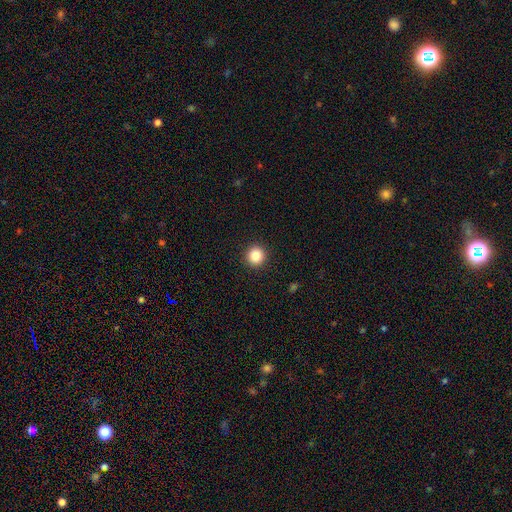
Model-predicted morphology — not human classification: Overall: smooth (85%). How rounded: round (94%). Merging: none (93%).